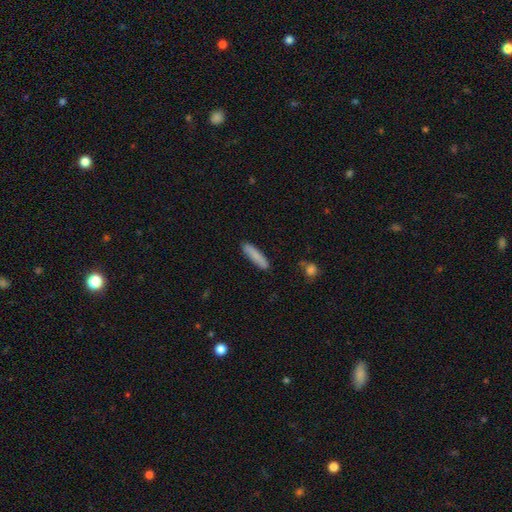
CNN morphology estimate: This is clearly a smooth galaxy (83%). How rounded: clearly cigar-shaped (84%). Merging: clearly none (87%).